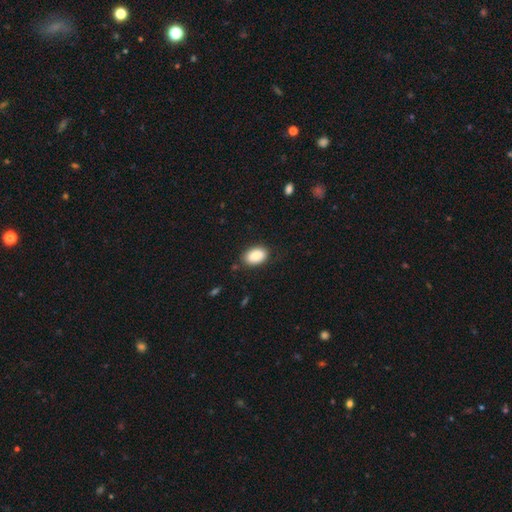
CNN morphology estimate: smooth 86%, star or artifact 7%, featured or disk 7%. Down the decision tree: how rounded — in between (87%); merging — none (82%).